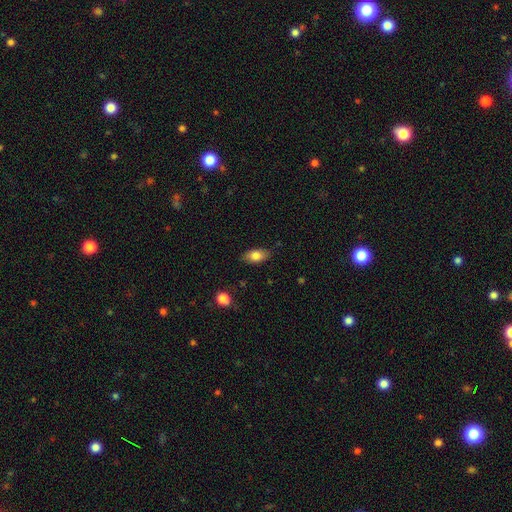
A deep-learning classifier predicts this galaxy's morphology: type=smooth (81%); roundness=in between (90%); merging=none (83%).